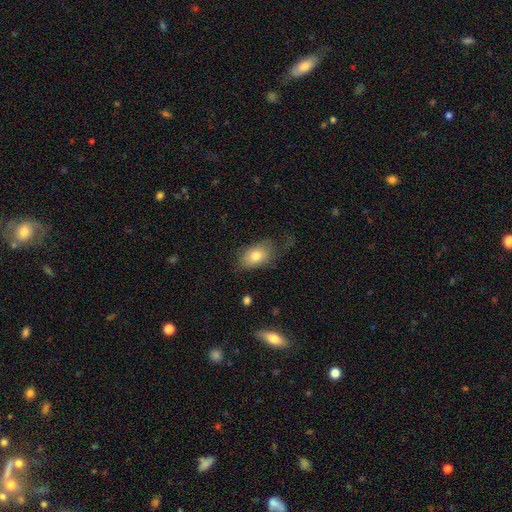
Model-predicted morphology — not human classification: Smooth or featured: smooth — 77% (featured or disk — 15%)
How rounded: in between — 86% (round — 12%)
Merging: none — 58% (minor disturbance — 25%)